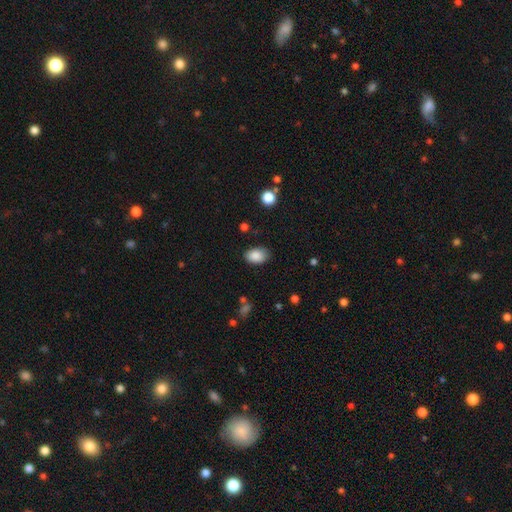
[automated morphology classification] smooth 88%, star or artifact 7%, featured or disk 4%. Down the decision tree: how rounded — in between (88%); merging — none (83%).